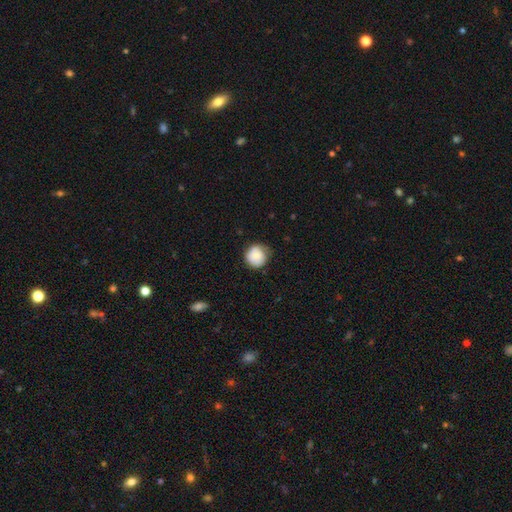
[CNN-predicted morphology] Smooth or featured? smooth (80%)
How rounded? round (90%)
Merging? none (65%)